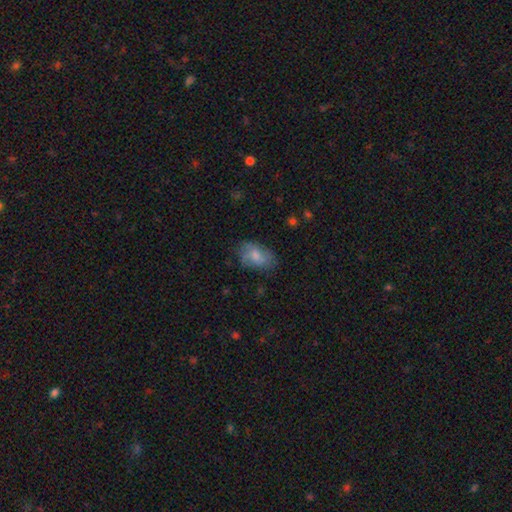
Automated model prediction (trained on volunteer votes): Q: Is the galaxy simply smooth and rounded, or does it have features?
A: smooth — 67%.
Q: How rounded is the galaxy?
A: in between — 87%.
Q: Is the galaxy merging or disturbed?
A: none — 64%.